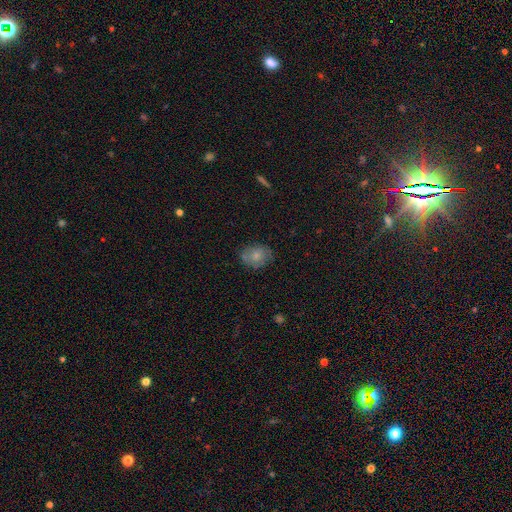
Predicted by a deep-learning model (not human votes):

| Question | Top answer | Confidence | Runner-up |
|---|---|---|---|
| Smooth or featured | smooth | 72% | featured or disk (20%) |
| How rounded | in between | 53% | round (46%) |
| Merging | none | 70% | minor disturbance (21%) |